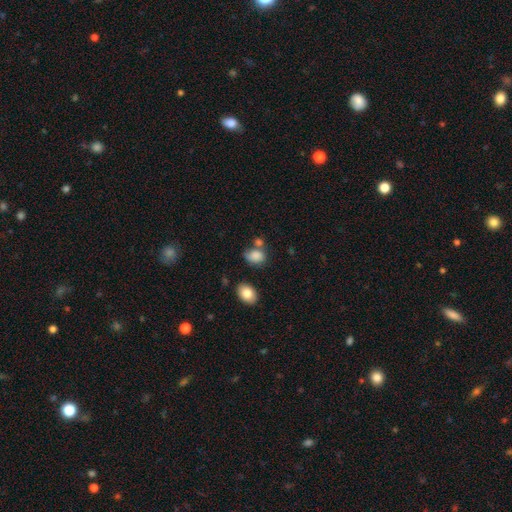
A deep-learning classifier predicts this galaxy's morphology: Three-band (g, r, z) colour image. It shows a smooth galaxy with no disk features (82%) that is in between round and cigar-shaped (67%). Merging: none (47%).